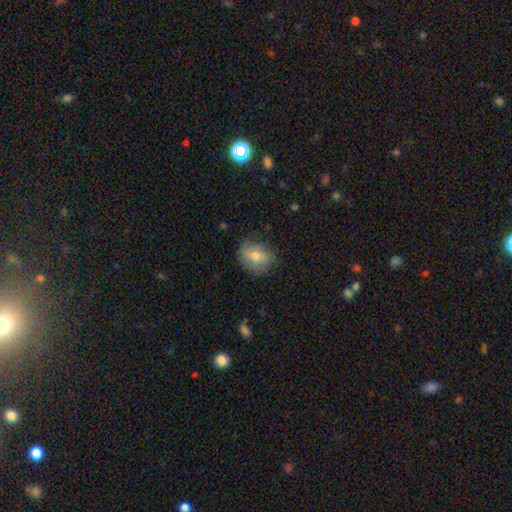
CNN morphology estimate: smooth-or-featured: smooth: 69% | featured or disk: 22% | star or artifact: 10%
  how-rounded: round: 59% | in between: 40% | cigar-shaped: 1%
  merging: none: 78% | minor disturbance: 17% | major disturbance: 4% | merger: 1%